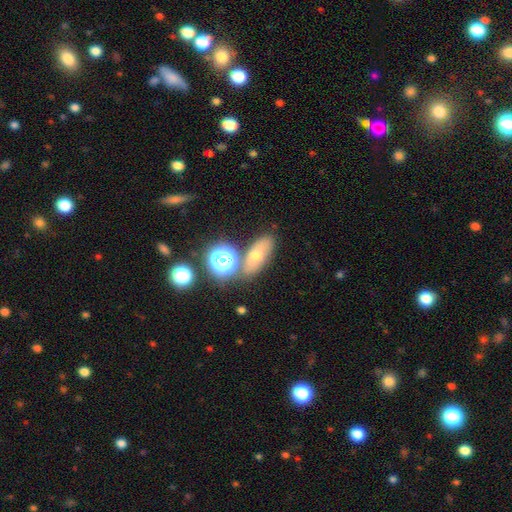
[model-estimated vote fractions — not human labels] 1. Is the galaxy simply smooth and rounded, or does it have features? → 53% smooth, 24% featured or disk, 23% star or artifact.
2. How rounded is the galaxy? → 64% in between, 24% round, 12% cigar-shaped.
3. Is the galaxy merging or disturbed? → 70% none, 13% merger, 12% minor disturbance, 4% major disturbance.